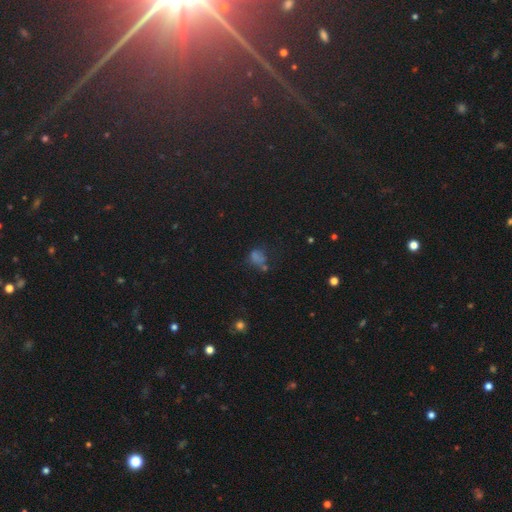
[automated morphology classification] This is possibly a smooth galaxy (46%). Merging: possibly none (48%).